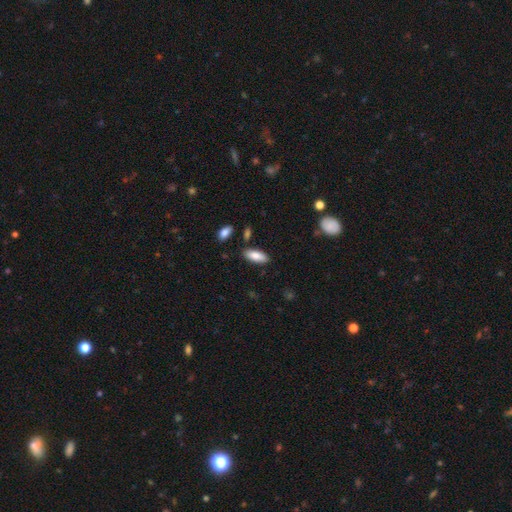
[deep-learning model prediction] Smooth or featured? Predicted: smooth (p=0.85). How rounded? Predicted: in between (p=0.78). Merging? Predicted: none (p=0.84).